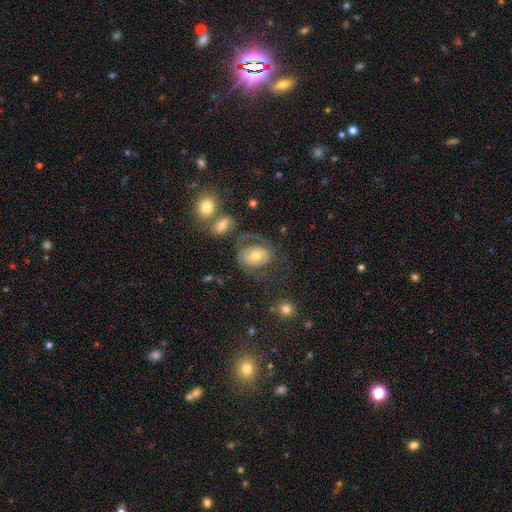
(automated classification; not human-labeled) Smooth or featured? Predicted: featured or disk (p=0.52). Edge-on disk? Predicted: no (p=0.95). Merging? Predicted: none (p=0.50).